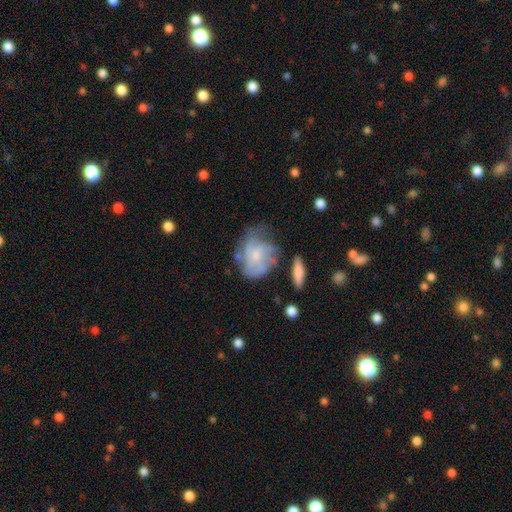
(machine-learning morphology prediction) Q: Smooth or featured?
A: featured or disk (57%); runner-up: smooth (34%)
Q: Edge-on disk?
A: no (97%); runner-up: yes (3%)
Q: Bar?
A: no (79%); runner-up: weak (19%)
Q: Spiral arms?
A: yes (63%); runner-up: no (37%)
Q: Bulge size?
A: small (64%); runner-up: moderate (25%)
Q: Merging?
A: none (42%); runner-up: minor disturbance (28%)